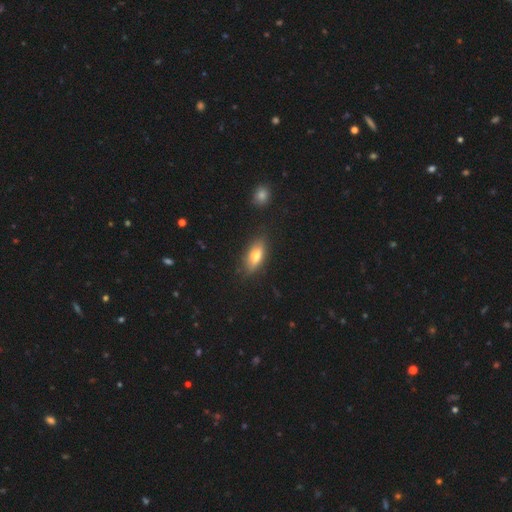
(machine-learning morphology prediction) smooth 67%, featured or disk 25%, star or artifact 7%. Down the decision tree: how rounded — in between (77%); merging — none (82%).